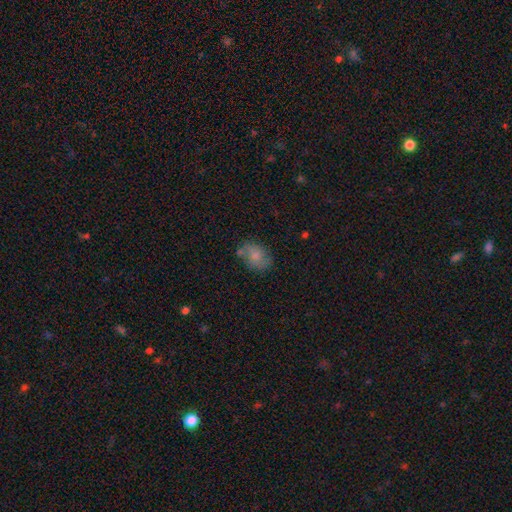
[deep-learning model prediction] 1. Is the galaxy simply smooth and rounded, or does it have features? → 73% smooth, 18% featured or disk, 9% star or artifact.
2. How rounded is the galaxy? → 74% in between, 24% round, 1% cigar-shaped.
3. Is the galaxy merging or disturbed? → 64% none, 21% minor disturbance, 9% merger, 6% major disturbance.